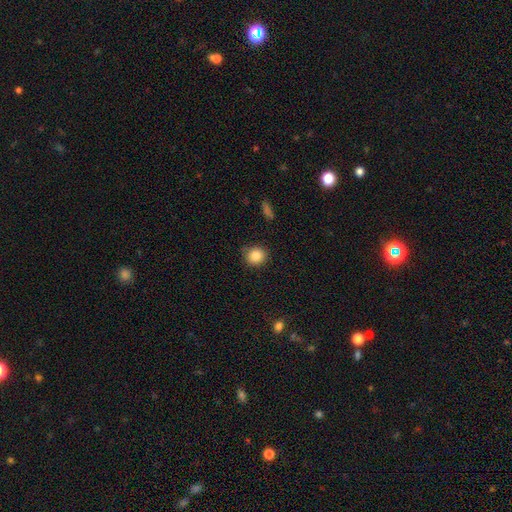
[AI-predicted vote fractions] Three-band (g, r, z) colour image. It shows a smooth galaxy with no disk features (85%) that is round (87%). Merging: none (84%).